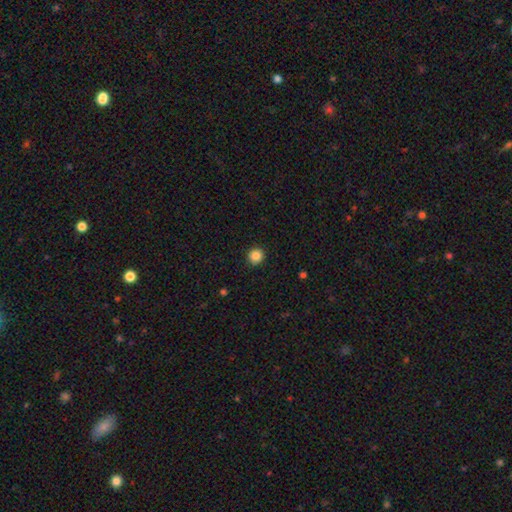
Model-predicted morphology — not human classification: A smooth galaxy with no disk features (86%) that is round (93%). Merging: none (93%).